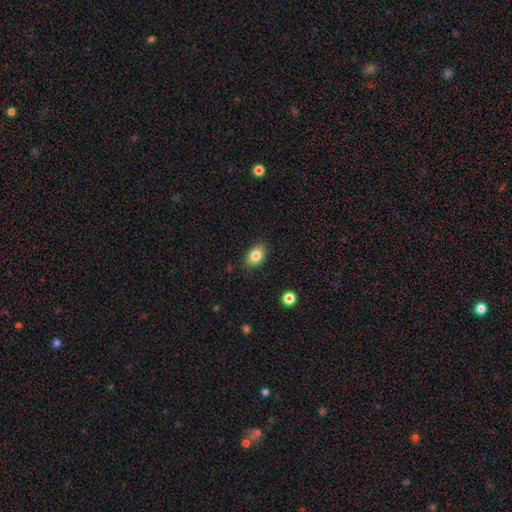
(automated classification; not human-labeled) Smooth or featured: smooth — 83% (star or artifact — 9%)
How rounded: in between — 80% (round — 19%)
Merging: none — 87% (minor disturbance — 10%)